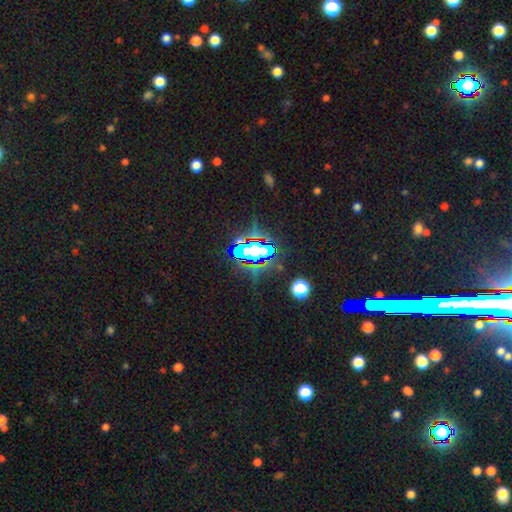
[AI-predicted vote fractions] Q: Smooth or featured?
A: star or artifact (61%); runner-up: smooth (22%)